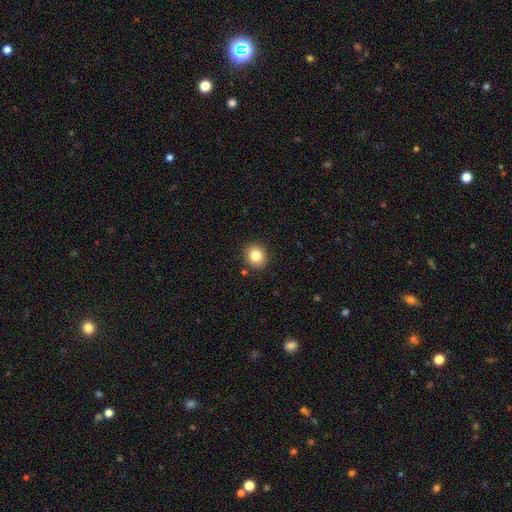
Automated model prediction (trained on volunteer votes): Smooth or featured?
  - smooth: 82% *
  - star or artifact: 11%
  - featured or disk: 7%
How rounded?
  - round: 81% *
  - in between: 18%
  - cigar-shaped: 1%
Merging?
  - none: 89% *
  - minor disturbance: 7%
  - merger: 2%
  - major disturbance: 2%